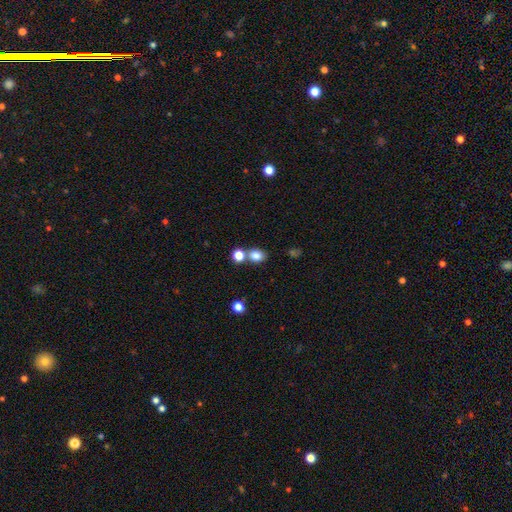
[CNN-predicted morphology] smooth-or-featured: smooth: 81% | star or artifact: 12% | featured or disk: 6%
  how-rounded: in between: 53% | round: 46% | cigar-shaped: 1%
  merging: none: 61% | merger: 25% | minor disturbance: 10% | major disturbance: 4%